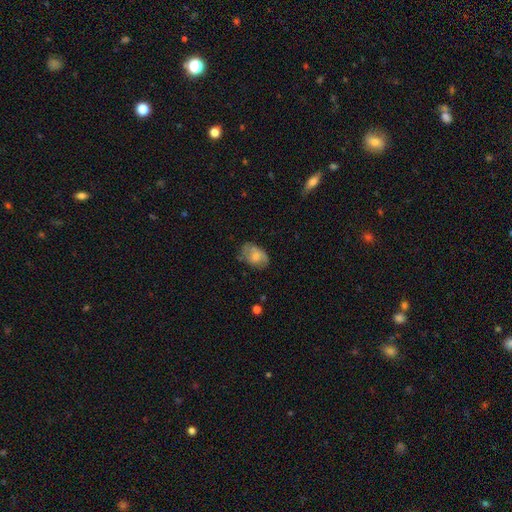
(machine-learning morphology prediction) This appears to be a smooth galaxy with no disk features (59%) that is in between round and cigar-shaped (84%). Merging: none (55%).